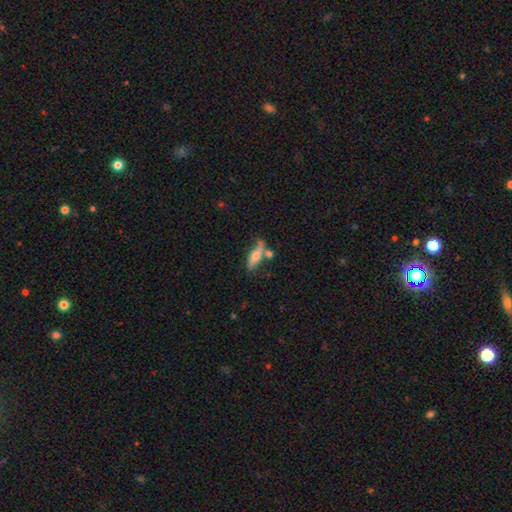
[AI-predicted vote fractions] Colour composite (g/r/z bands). It shows a smooth galaxy with no disk features (48%). Merging: none (54%).